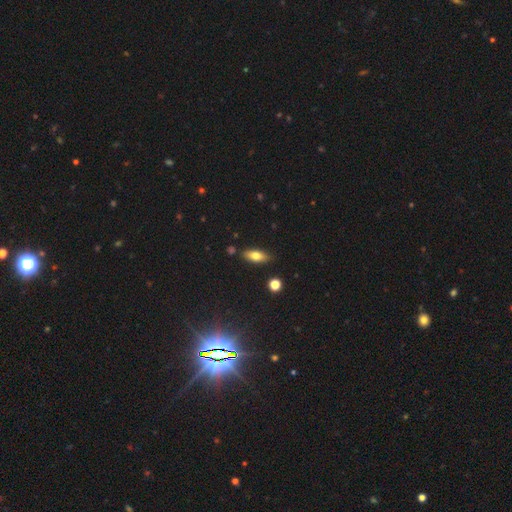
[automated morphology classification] type=smooth (70%); roundness=in between (74%); merging=none (82%).